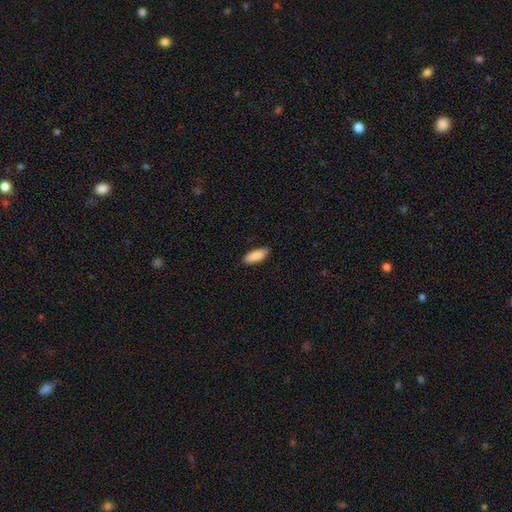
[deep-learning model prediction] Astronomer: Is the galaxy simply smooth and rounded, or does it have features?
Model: smooth — 89%.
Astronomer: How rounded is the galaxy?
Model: in between — 74%.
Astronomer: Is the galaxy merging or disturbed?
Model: none — 88%.